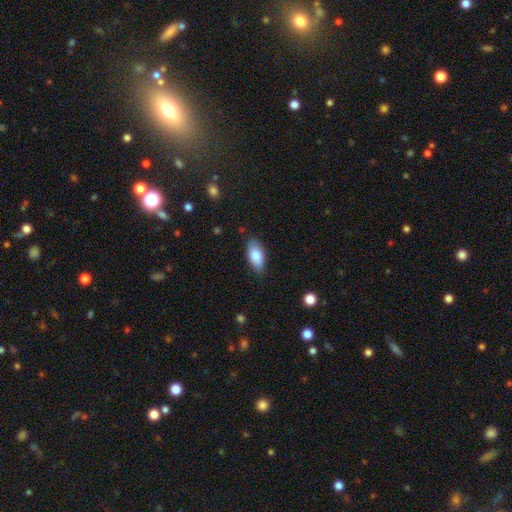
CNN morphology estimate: Overall: smooth (83%). How rounded: in between (91%). Merging: none (82%).